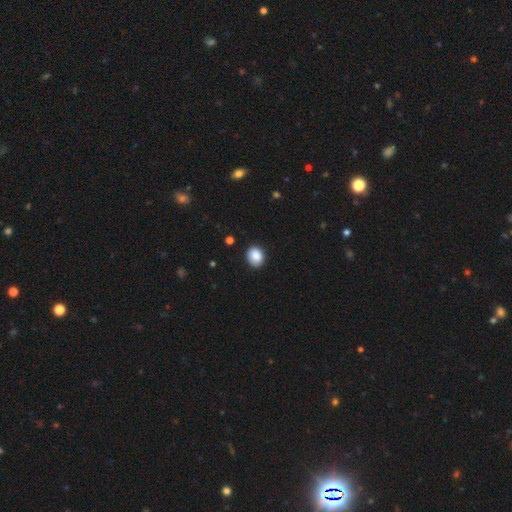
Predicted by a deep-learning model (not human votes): Smooth or featured: smooth — 88% (star or artifact — 8%)
How rounded: round — 58% (in between — 41%)
Merging: none — 86% (minor disturbance — 10%)